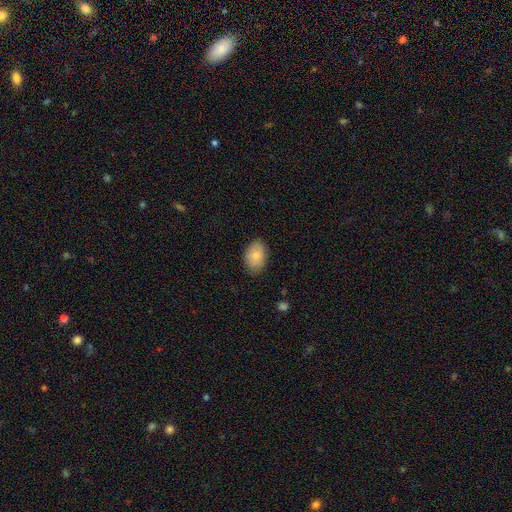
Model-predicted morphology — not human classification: Q: Smooth or featured?
A: smooth (84%); runner-up: featured or disk (10%)
Q: How rounded?
A: in between (88%); runner-up: round (11%)
Q: Merging?
A: none (83%); runner-up: minor disturbance (13%)